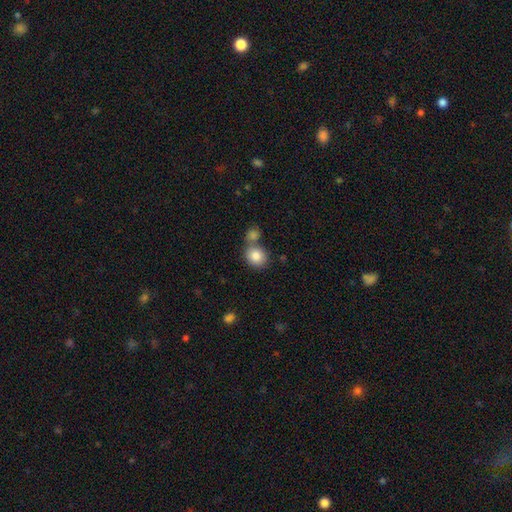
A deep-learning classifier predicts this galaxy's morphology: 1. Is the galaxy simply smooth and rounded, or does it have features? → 84% smooth, 9% star or artifact, 8% featured or disk.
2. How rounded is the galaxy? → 77% round, 22% in between, 1% cigar-shaped.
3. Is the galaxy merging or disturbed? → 52% none, 37% merger, 9% minor disturbance, 3% major disturbance.